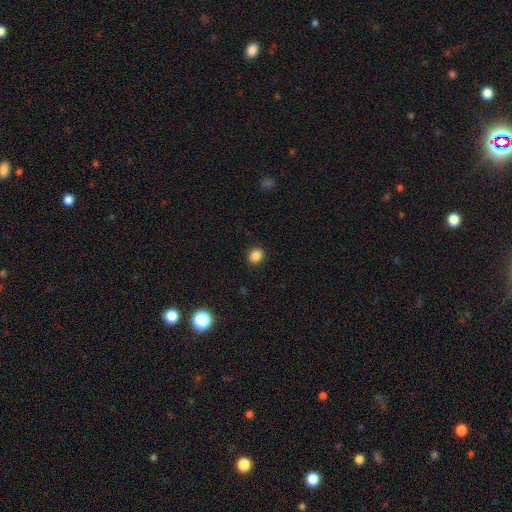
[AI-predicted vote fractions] smooth_or_featured: smooth (p=0.86) [alt: star or artifact p=0.11]
how_rounded: round (p=0.74) [alt: in between p=0.25]
merging: none (p=0.91) [alt: minor disturbance p=0.06]